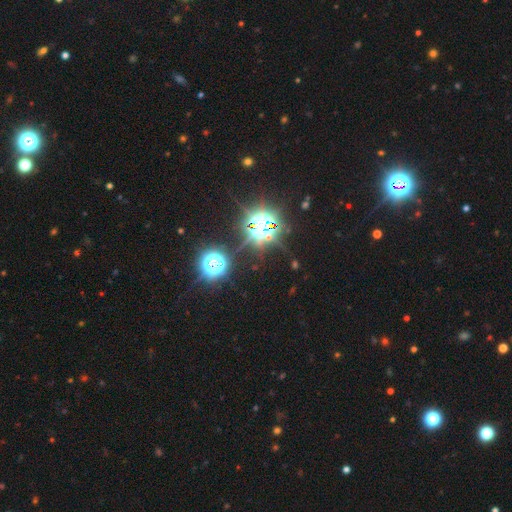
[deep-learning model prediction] Q: Smooth or featured?
A: star or artifact (79%); runner-up: smooth (15%)